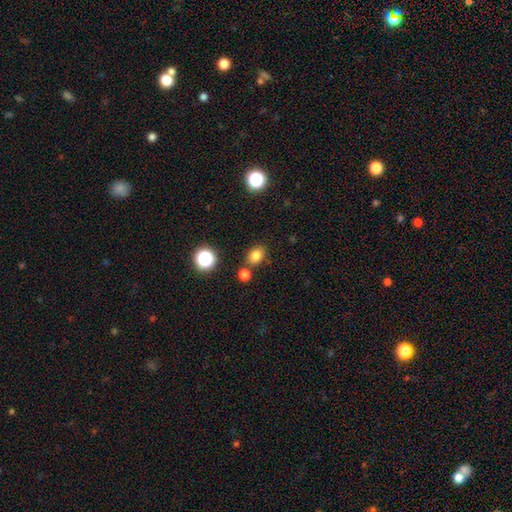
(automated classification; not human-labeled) Smooth or featured? smooth (80%)
How rounded? in between (56%)
Merging? none (75%)